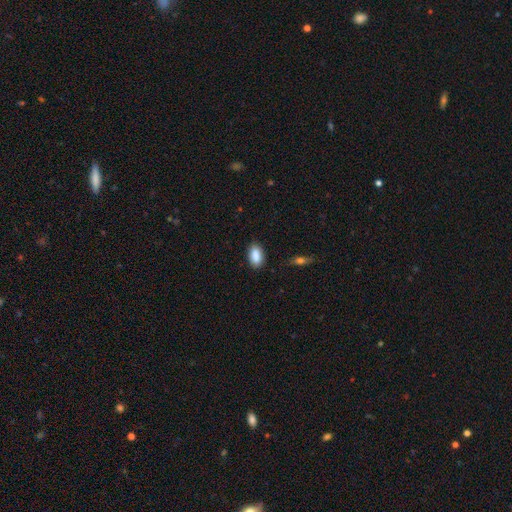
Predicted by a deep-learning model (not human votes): A smooth galaxy with no disk features (88%) that is in between round and cigar-shaped (92%).

Vote fractions:
- Smooth or featured? smooth: 88% / star or artifact: 7% / featured or disk: 5%
- How rounded? in between: 92% / round: 4% / cigar-shaped: 4%
- Merging? none: 84% / minor disturbance: 12% / major disturbance: 2% / merger: 2%